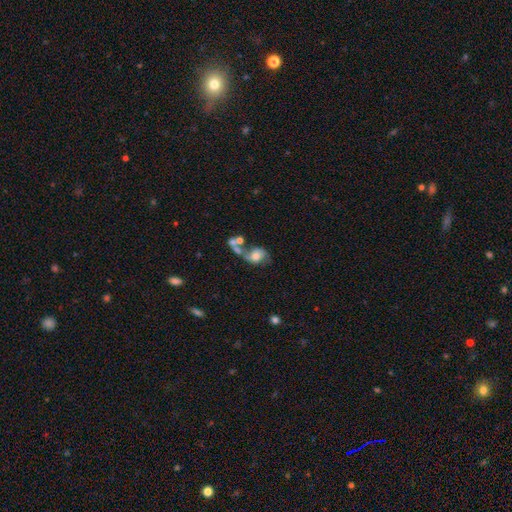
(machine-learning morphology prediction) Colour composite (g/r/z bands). It shows a featured or disk galaxy (52%). Merging: merger (39%).